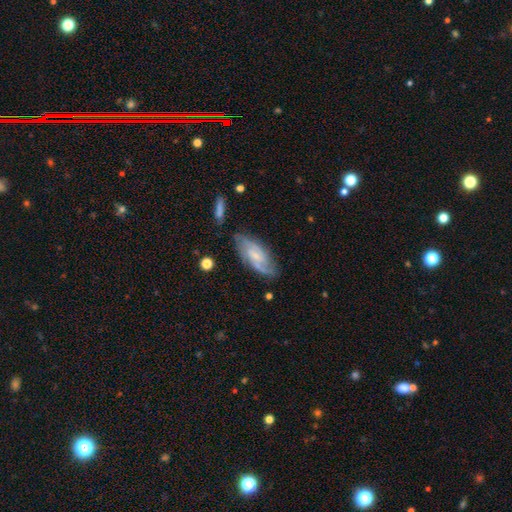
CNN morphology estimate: This is likely a featured or disk galaxy (75%). It is clearly not viewed edge-on (92%). Bar: possibly no (46%). Spiral arm pattern: clearly yes (94%). Spiral arm count: possibly 2 (55%). Spiral winding: marginally medium (43%). Central bulge: likely small (66%). Merging: likely none (71%).